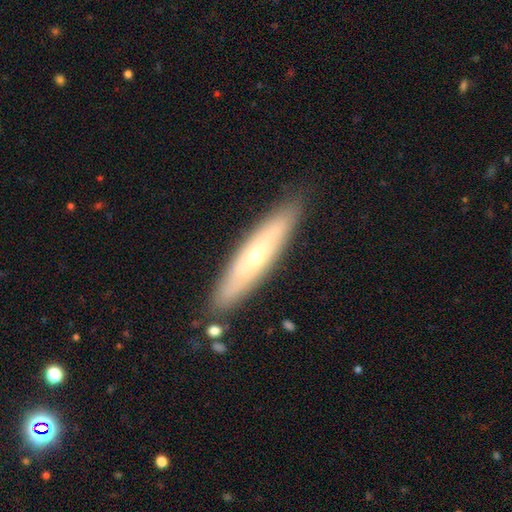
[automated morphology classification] The model was most divided on "smooth or featured": featured or disk: 54%, smooth: 39%, star or artifact: 7%. More confident: merging — none (86%); edge-on disk — yes (61%).